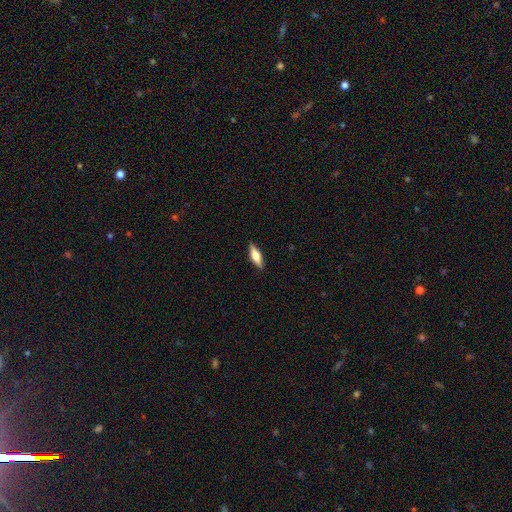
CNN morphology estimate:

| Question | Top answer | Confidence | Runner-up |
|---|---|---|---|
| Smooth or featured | smooth | 49% | featured or disk (45%) |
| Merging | none | 89% | minor disturbance (8%) |